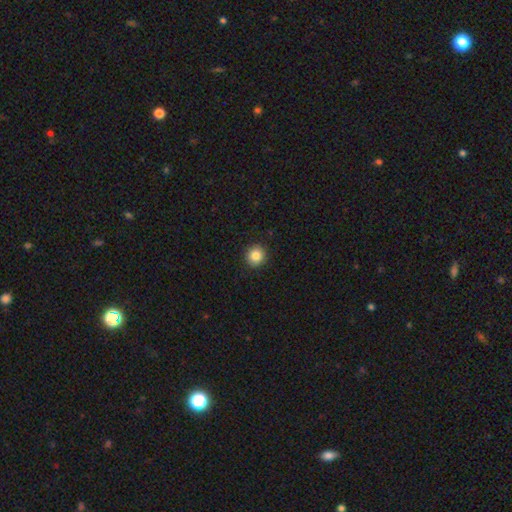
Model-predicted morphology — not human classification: The model was most divided on "smooth or featured": smooth: 86%, star or artifact: 9%, featured or disk: 5%. More confident: how rounded — round (93%); merging — none (92%).